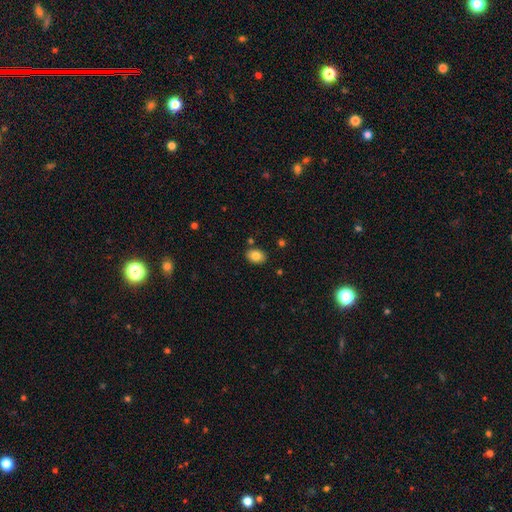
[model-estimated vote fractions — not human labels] A smooth galaxy with no disk features (83%) that is in between round and cigar-shaped (77%). Merging: none (84%).